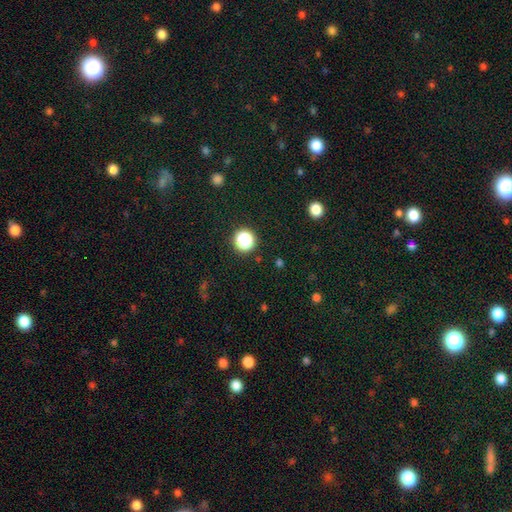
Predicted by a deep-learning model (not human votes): The model was most divided on "smooth or featured": star or artifact: 65%, smooth: 29%, featured or disk: 7%.